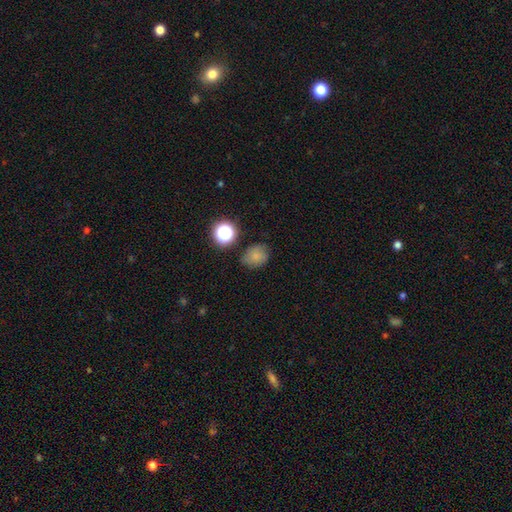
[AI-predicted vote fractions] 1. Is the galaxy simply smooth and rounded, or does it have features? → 73% smooth, 16% star or artifact, 11% featured or disk.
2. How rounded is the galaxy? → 61% round, 38% in between, 1% cigar-shaped.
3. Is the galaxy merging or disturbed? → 66% none, 24% minor disturbance, 7% major disturbance, 3% merger.